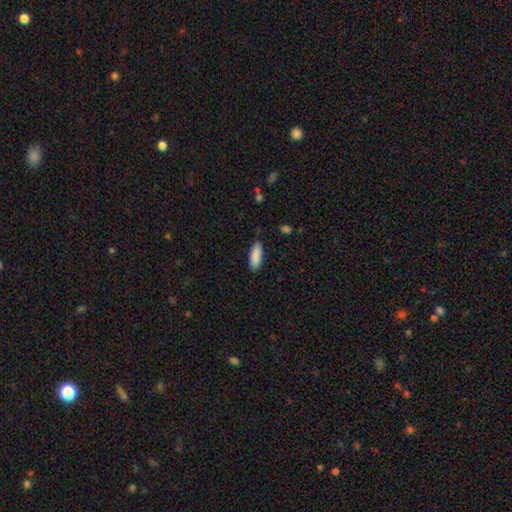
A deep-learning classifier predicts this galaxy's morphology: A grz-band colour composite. It shows a smooth galaxy with no disk features (90%) that is in between round and cigar-shaped (75%). Merging: none (86%).